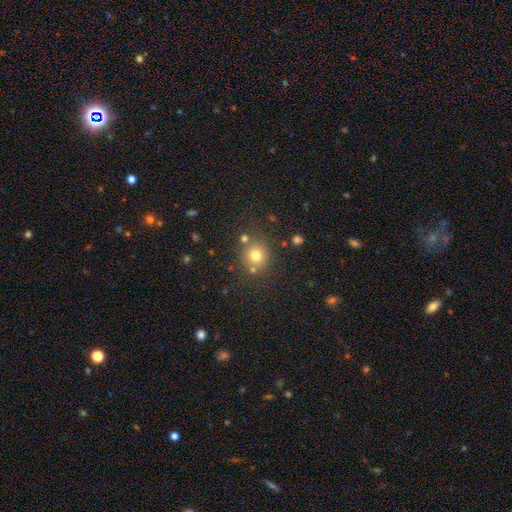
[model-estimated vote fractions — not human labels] A smooth galaxy with no disk features (74%) that is round (89%). Merging: none (76%).